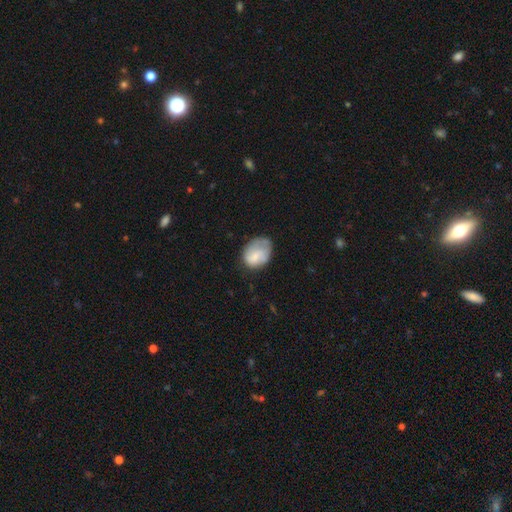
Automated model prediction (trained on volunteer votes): This is likely a smooth galaxy (67%). How rounded: likely in between (66%). Merging: marginally none (44%).